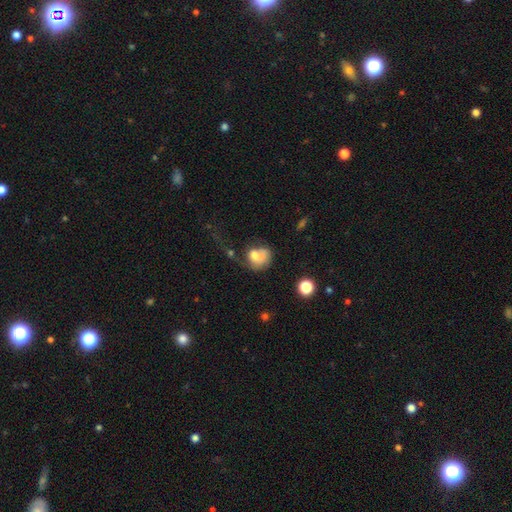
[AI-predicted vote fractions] The model was most divided on "merging": major disturbance: 35%, none: 26%, minor disturbance: 20%, merger: 19%. More confident: smooth or featured — smooth (67%); how rounded — round (56%).